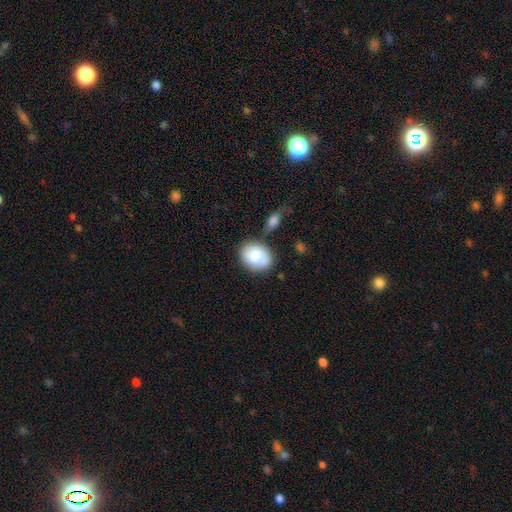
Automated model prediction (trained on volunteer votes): smooth_or_featured: smooth (p=0.73) [alt: featured or disk p=0.20]
how_rounded: in between (p=0.55) [alt: round p=0.44]
merging: none (p=0.58) [alt: minor disturbance p=0.20]